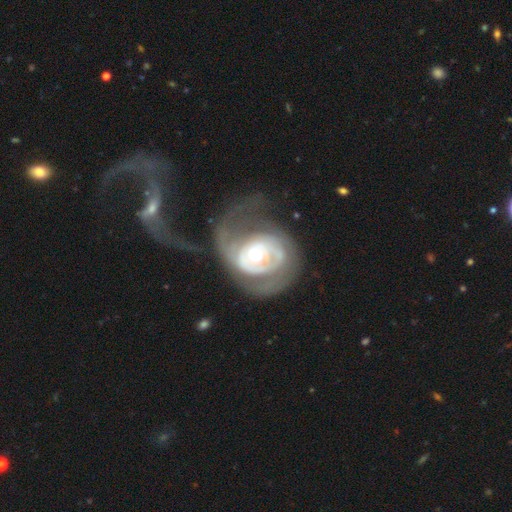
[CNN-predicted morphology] Overall: featured or disk (79%). Edge-on disk: no (97%). Bar: no (78%). Spiral arms: yes (70%; no 30%). Spiral arm count: 2 (33%, tied with can't tell). Spiral winding: tight (50%; medium 28%). Bulge size: moderate (71%). Merging: major disturbance (50%; none 29%).